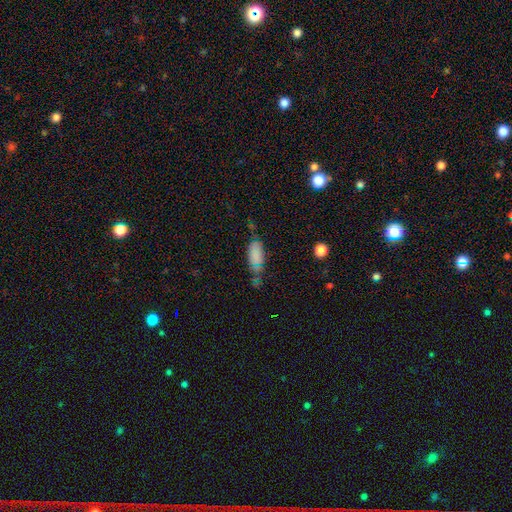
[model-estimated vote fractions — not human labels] Smooth or featured? smooth (80%)
How rounded? in between (82%)
Merging? none (51%)